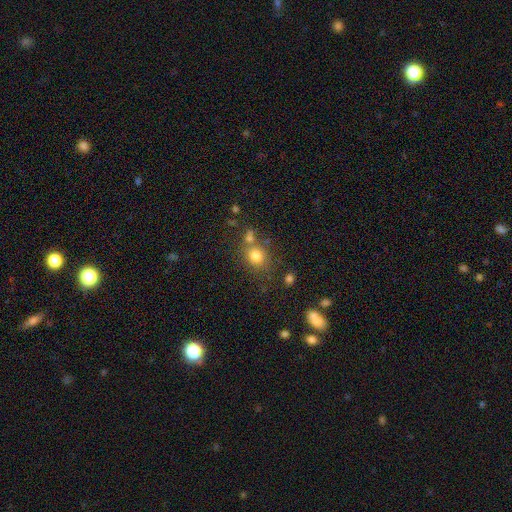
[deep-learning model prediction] Morphology: type=smooth (77%); roundness=round (79%); merging=none (67%).